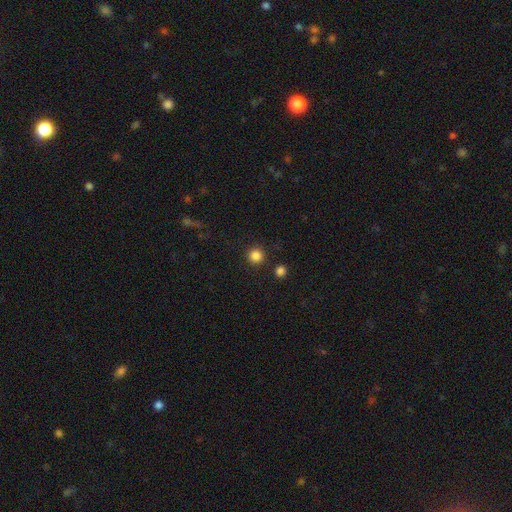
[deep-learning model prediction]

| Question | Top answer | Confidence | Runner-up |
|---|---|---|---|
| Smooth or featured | smooth | 85% | star or artifact (12%) |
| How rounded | round | 95% | in between (4%) |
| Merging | none | 90% | minor disturbance (5%) |